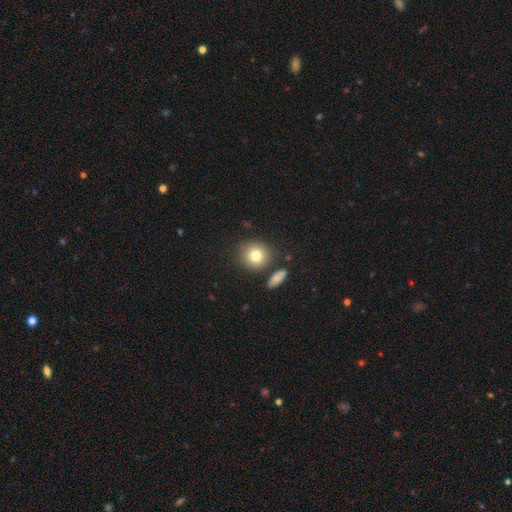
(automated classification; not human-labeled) smooth-or-featured: smooth: 79% | featured or disk: 11% | star or artifact: 10%
  how-rounded: round: 86% | in between: 13% | cigar-shaped: 1%
  merging: none: 78% | minor disturbance: 10% | merger: 8% | major disturbance: 4%